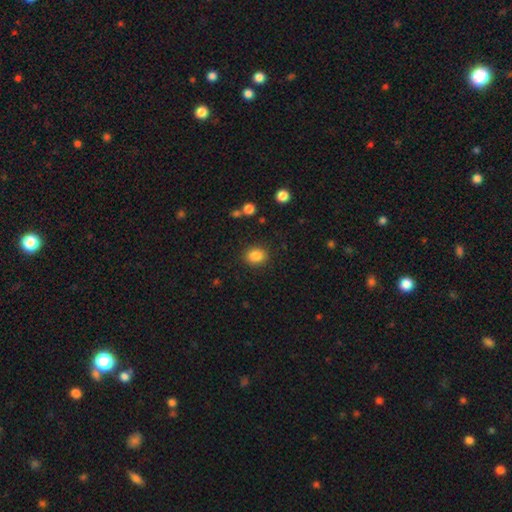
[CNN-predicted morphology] The model was most divided on "how rounded": round: 52%, in between: 47%, cigar-shaped: 1%. More confident: merging — none (87%); smooth or featured — smooth (86%).